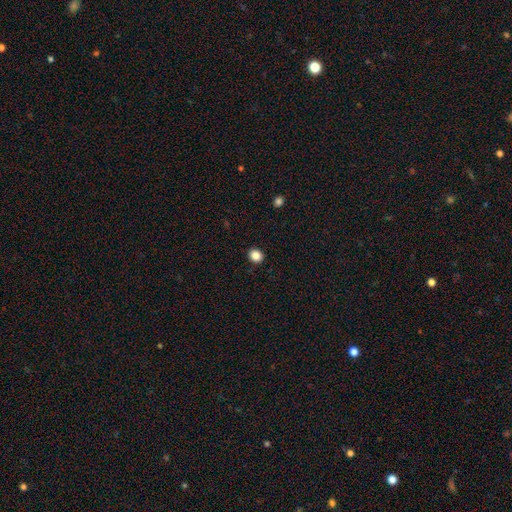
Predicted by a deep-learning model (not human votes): Smooth or featured?
  - smooth: 86% *
  - star or artifact: 11%
  - featured or disk: 3%
How rounded?
  - round: 72% *
  - in between: 27%
  - cigar-shaped: 1%
Merging?
  - none: 91% *
  - minor disturbance: 6%
  - major disturbance: 2%
  - merger: 1%